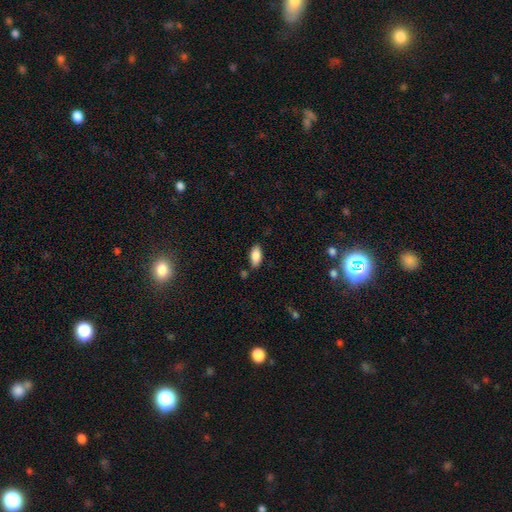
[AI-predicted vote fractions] Overall: smooth (86%). How rounded: in between (89%). Merging: none (82%).